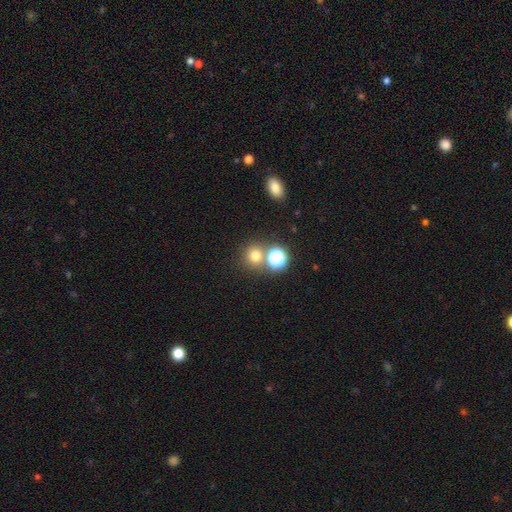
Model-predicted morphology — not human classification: Smooth or featured? smooth (71%)
How rounded? round (86%)
Merging? none (69%)